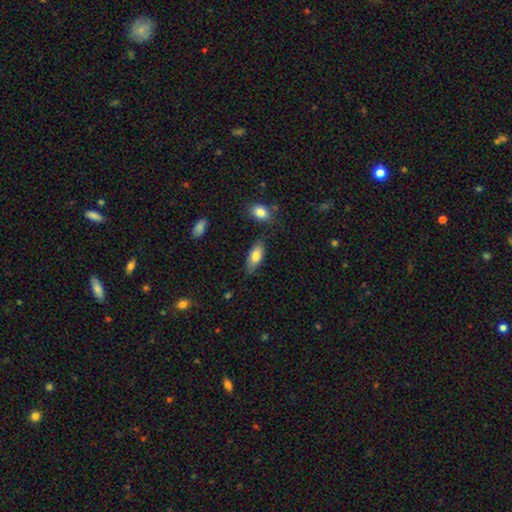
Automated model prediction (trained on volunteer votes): Smooth or featured? Predicted: smooth (p=0.78). How rounded? Predicted: in between (p=0.81). Merging? Predicted: none (p=0.70).